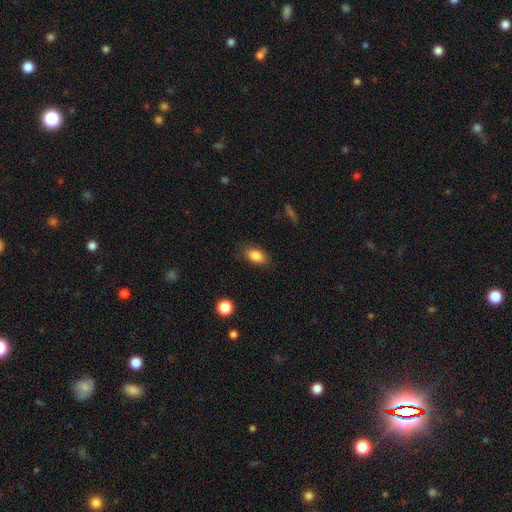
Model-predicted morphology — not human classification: type=smooth (85%); roundness=in between (86%); merging=none (81%).